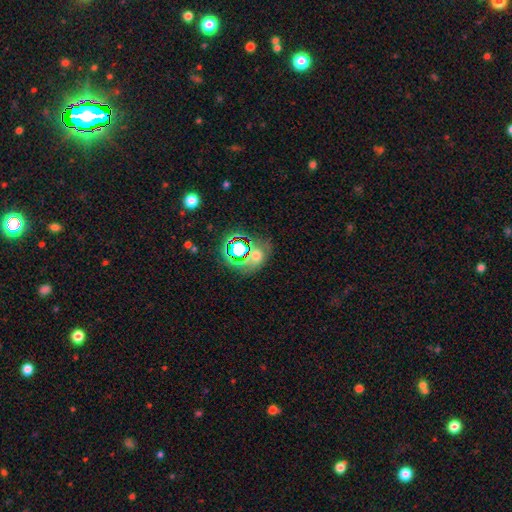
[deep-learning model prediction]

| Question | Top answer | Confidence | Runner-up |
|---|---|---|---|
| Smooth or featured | smooth | 43% | star or artifact (40%) |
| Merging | none | 54% | merger (20%) |